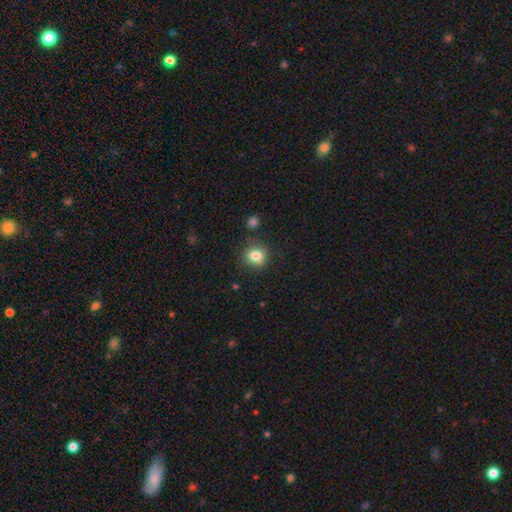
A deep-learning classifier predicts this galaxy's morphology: This appears to be a smooth galaxy with no disk features (81%) that is round (82%). Merging: none (83%).